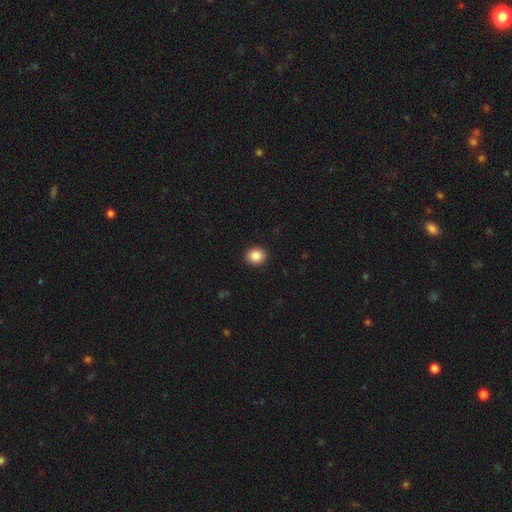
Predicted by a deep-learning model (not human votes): Smooth or featured: smooth — 87% (star or artifact — 9%)
How rounded: round — 75% (in between — 24%)
Merging: none — 92% (minor disturbance — 5%)